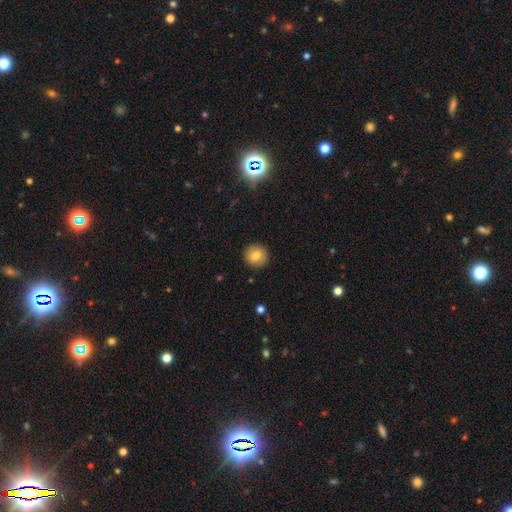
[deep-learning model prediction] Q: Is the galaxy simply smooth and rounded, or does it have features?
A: smooth — 78%.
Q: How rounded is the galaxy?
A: round — 93%.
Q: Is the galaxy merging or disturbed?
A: none — 90%.